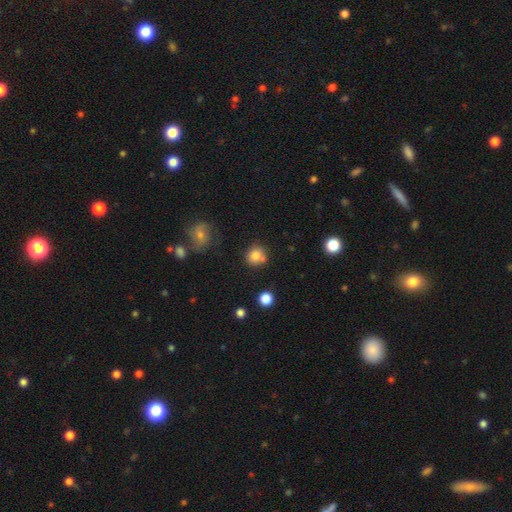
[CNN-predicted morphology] A smooth galaxy with no disk features (80%) that is round (82%).

Vote fractions:
- Smooth or featured? smooth: 80% / star or artifact: 11% / featured or disk: 8%
- How rounded? round: 82% / in between: 17% / cigar-shaped: 1%
- Merging? none: 65% / merger: 19% / minor disturbance: 12% / major disturbance: 4%